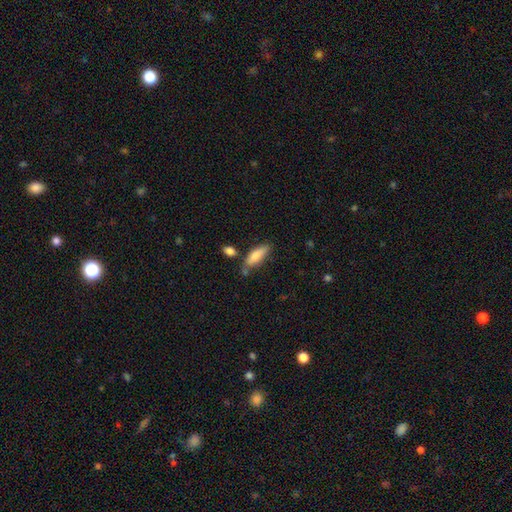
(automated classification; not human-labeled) A smooth galaxy with no disk features (80%) that is in between round and cigar-shaped (57%).

Vote fractions:
- Smooth or featured? smooth: 80% / featured or disk: 14% / star or artifact: 6%
- How rounded? in between: 57% / cigar-shaped: 41% / round: 2%
- Merging? none: 64% / minor disturbance: 20% / merger: 11% / major disturbance: 5%